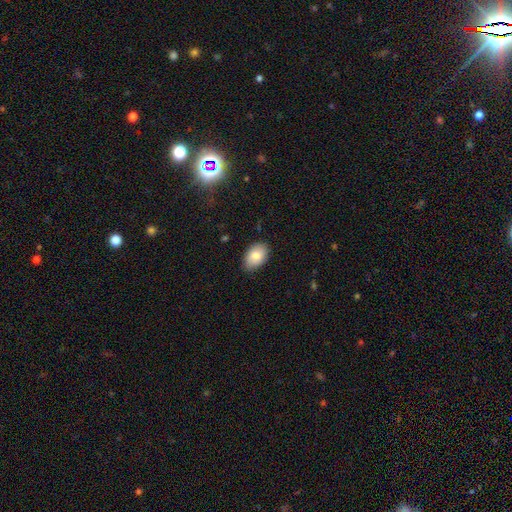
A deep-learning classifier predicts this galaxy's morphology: Overall: smooth (82%). How rounded: in between (88%). Merging: none (82%).